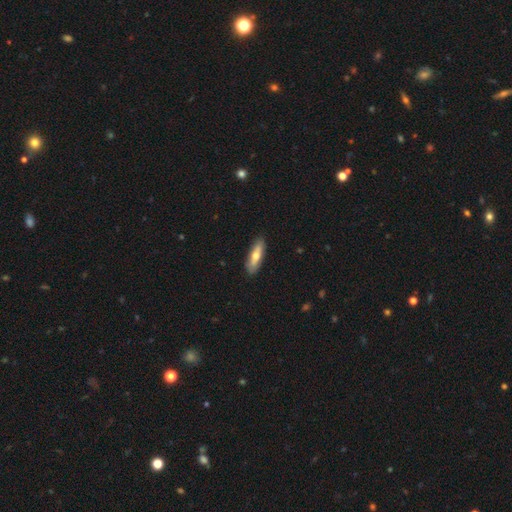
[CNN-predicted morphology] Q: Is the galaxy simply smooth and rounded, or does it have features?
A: smooth — 59%.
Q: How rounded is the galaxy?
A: cigar-shaped — 59%.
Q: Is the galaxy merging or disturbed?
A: none — 86%.